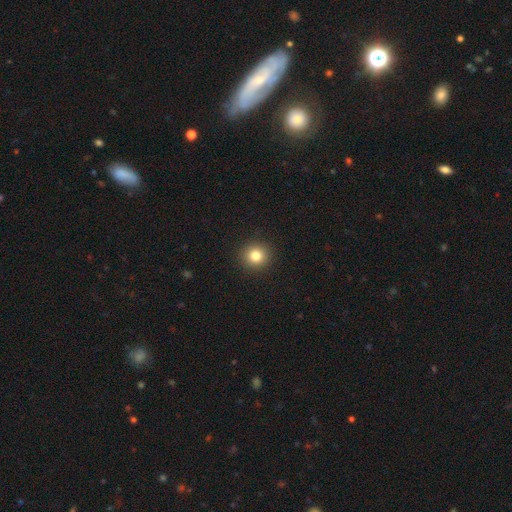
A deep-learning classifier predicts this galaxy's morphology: smooth 82%, star or artifact 11%, featured or disk 6%. Down the decision tree: how rounded — round (89%); merging — none (92%).